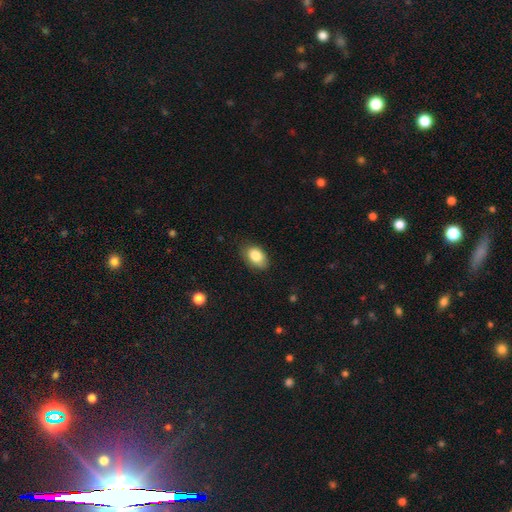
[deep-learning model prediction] Q: Smooth or featured?
A: smooth (84%); runner-up: featured or disk (9%)
Q: How rounded?
A: in between (87%); runner-up: round (12%)
Q: Merging?
A: none (78%); runner-up: minor disturbance (18%)